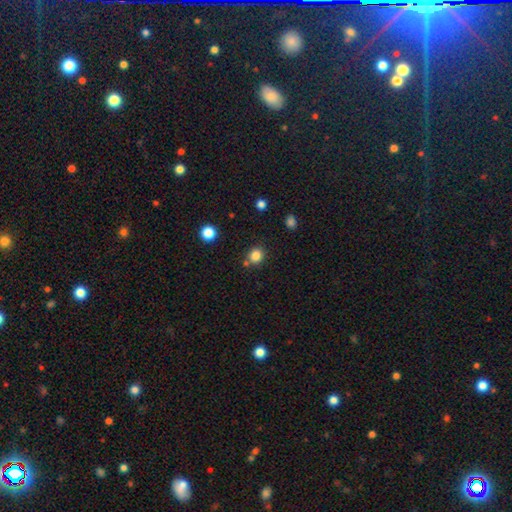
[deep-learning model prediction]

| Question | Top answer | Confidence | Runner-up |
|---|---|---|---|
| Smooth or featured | smooth | 83% | star or artifact (12%) |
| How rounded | round | 82% | in between (17%) |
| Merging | none | 79% | merger (9%) |